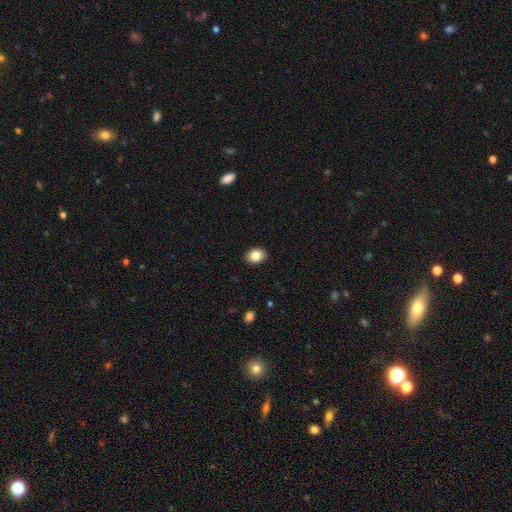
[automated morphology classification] Overall: smooth (86%). How rounded: in between (58%; round 41%). Merging: none (89%).